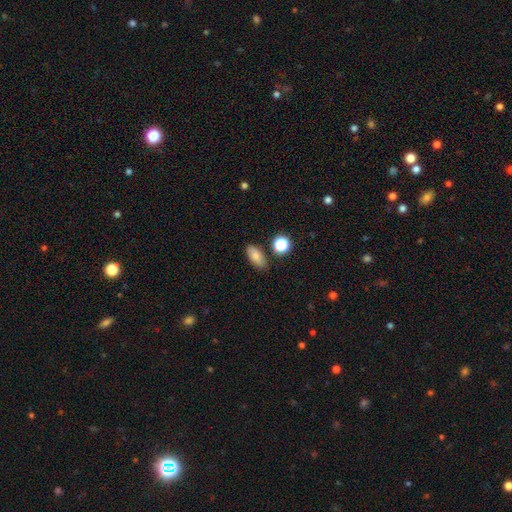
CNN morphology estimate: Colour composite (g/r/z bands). It shows a smooth galaxy with no disk features (81%) that is in between round and cigar-shaped (85%). Merging: none (79%).